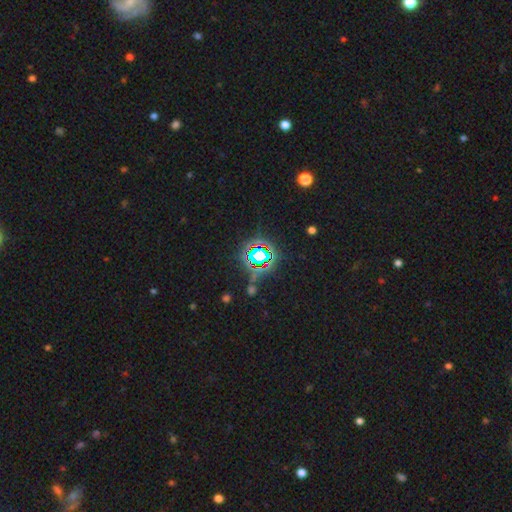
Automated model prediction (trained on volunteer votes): Smooth or featured: star or artifact — 77% (smooth — 14%)